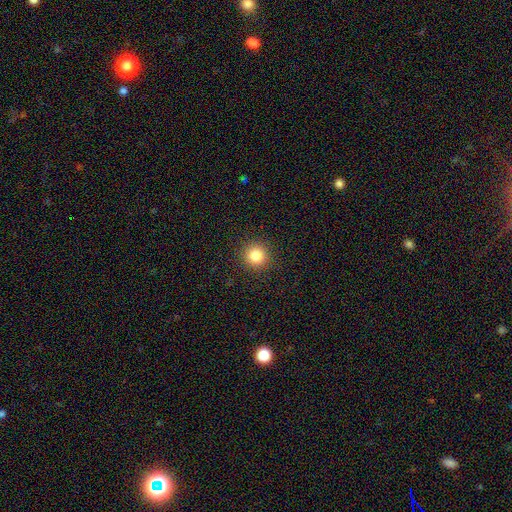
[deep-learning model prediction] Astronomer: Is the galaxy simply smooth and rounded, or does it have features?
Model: smooth — 83%.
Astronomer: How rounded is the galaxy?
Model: round — 95%.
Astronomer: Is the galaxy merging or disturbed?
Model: none — 92%.